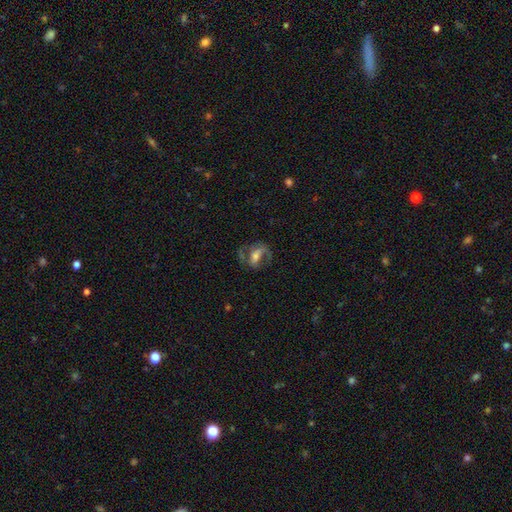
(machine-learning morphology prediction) featured or disk 68%, smooth 24%, star or artifact 8%. Down the decision tree: edge-on disk — no (94%); bar — strong (40%); spiral arms — yes (82%); spiral arm count — 2 (78%); spiral winding — medium (48%); bulge size — moderate (51%); merging — none (58%).